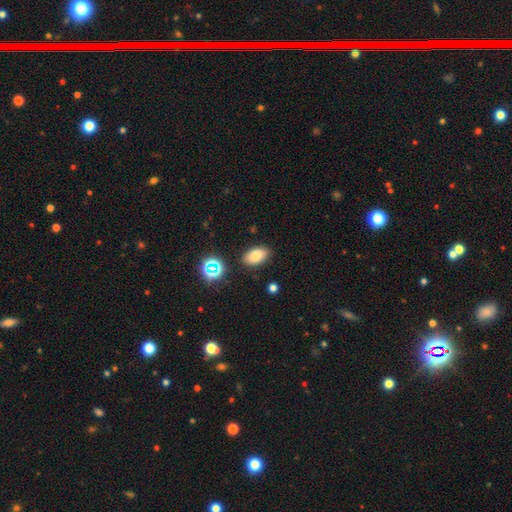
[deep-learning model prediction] smooth 79%, star or artifact 12%, featured or disk 9%. Down the decision tree: how rounded — in between (91%); merging — none (85%).